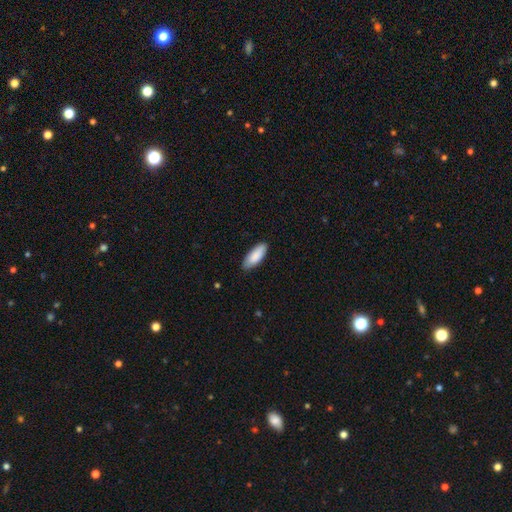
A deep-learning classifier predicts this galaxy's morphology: smooth 89%, featured or disk 6%, star or artifact 5%. Down the decision tree: how rounded — in between (77%); merging — none (85%).